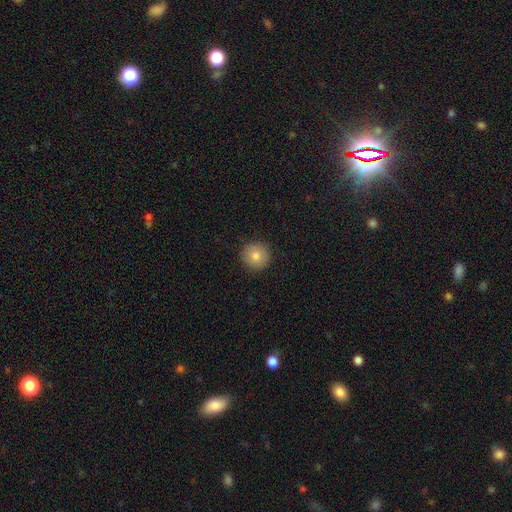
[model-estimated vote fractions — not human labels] smooth_or_featured: smooth (p=0.81) [alt: featured or disk p=0.10]
how_rounded: round (p=0.96) [alt: in between p=0.03]
merging: none (p=0.92) [alt: minor disturbance p=0.05]